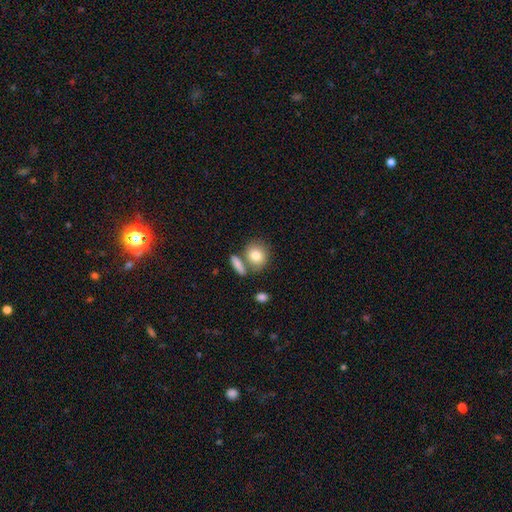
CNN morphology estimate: Smooth or featured? Predicted: smooth (p=0.81). How rounded? Predicted: round (p=0.66). Merging? Predicted: none (p=0.59).